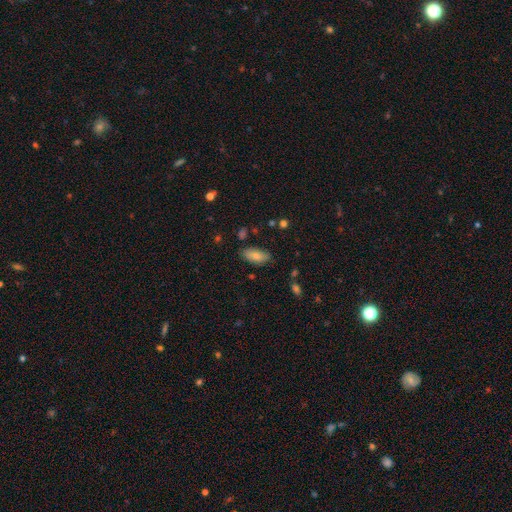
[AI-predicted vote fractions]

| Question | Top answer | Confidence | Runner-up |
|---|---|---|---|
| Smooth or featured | smooth | 81% | featured or disk (12%) |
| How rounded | in between | 89% | cigar-shaped (9%) |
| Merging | none | 80% | minor disturbance (14%) |